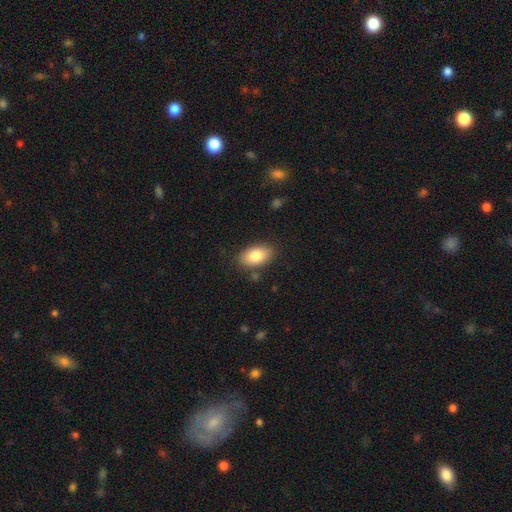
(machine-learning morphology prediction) Smooth or featured? Predicted: smooth (p=0.83). How rounded? Predicted: in between (p=0.92). Merging? Predicted: none (p=0.84).